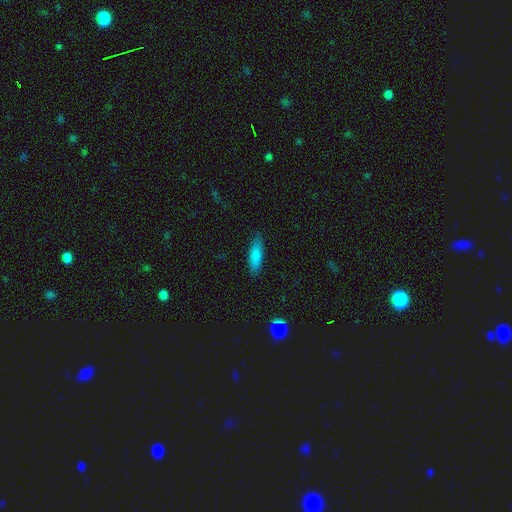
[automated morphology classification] Smooth or featured?
  - smooth: 83% *
  - featured or disk: 11%
  - star or artifact: 7%
How rounded?
  - cigar-shaped: 56% *
  - in between: 43%
  - round: 2%
Merging?
  - none: 85% *
  - minor disturbance: 11%
  - major disturbance: 2%
  - merger: 1%